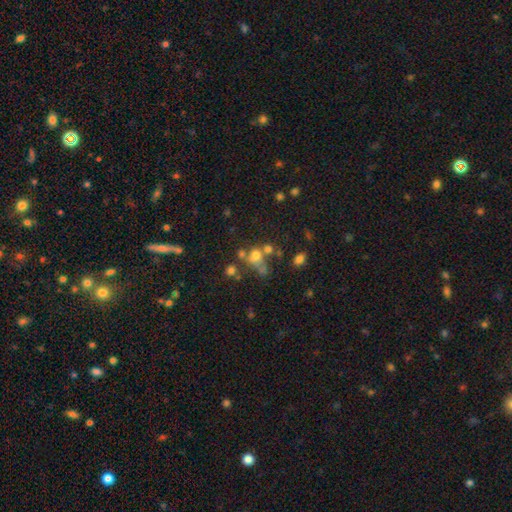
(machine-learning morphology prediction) smooth 58%, star or artifact 22%, featured or disk 20%. Down the decision tree: how rounded — round (65%); merging — merger (41%).